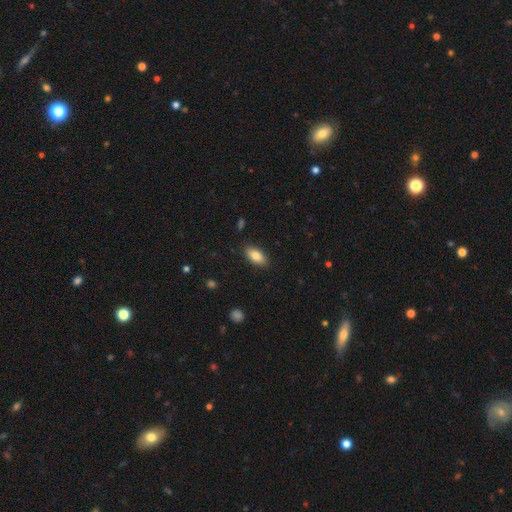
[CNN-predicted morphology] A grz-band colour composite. It shows a smooth galaxy with no disk features (84%) that is in between round and cigar-shaped (90%). Merging: none (87%).